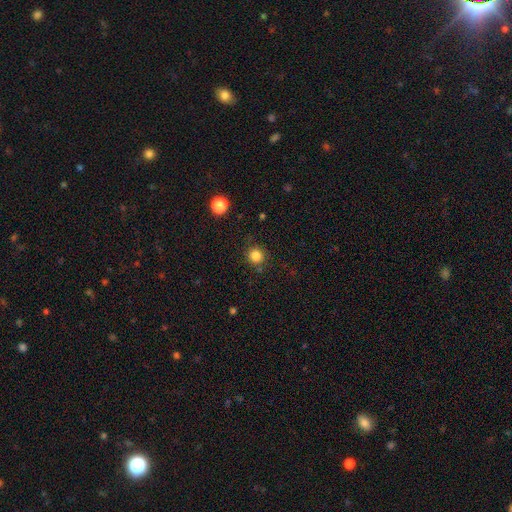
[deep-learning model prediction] A smooth galaxy with no disk features (83%) that is round (92%).

Vote fractions:
- Smooth or featured? smooth: 83% / star or artifact: 12% / featured or disk: 4%
- How rounded? round: 92% / in between: 7% / cigar-shaped: 1%
- Merging? none: 86% / minor disturbance: 9% / major disturbance: 3% / merger: 3%